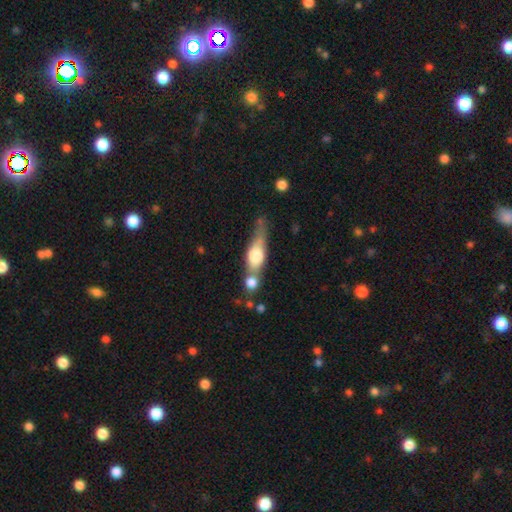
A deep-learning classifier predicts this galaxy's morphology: Smooth or featured? Predicted: smooth (p=0.56). How rounded? Predicted: in between (p=0.47). Merging? Predicted: merger (p=0.42).